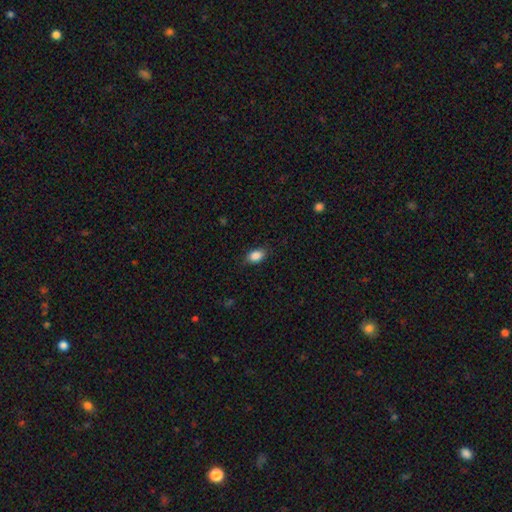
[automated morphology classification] A smooth galaxy with no disk features (88%) that is in between round and cigar-shaped (88%). Merging: none (84%).